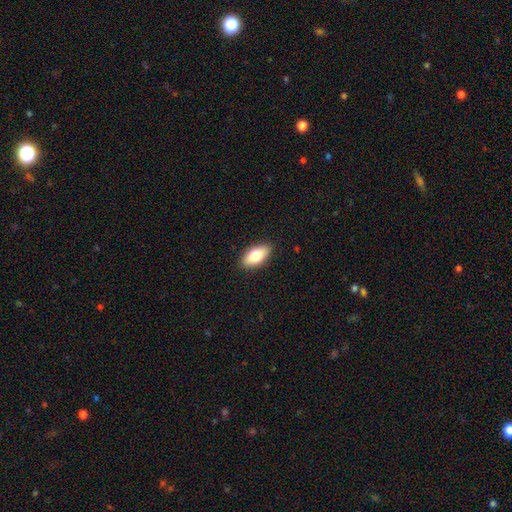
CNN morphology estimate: A smooth galaxy with no disk features (77%) that is in between round and cigar-shaped (88%).

Vote fractions:
- Smooth or featured? smooth: 77% / featured or disk: 17% / star or artifact: 6%
- How rounded? in between: 88% / cigar-shaped: 9% / round: 3%
- Merging? none: 89% / minor disturbance: 8% / major disturbance: 2% / merger: 1%